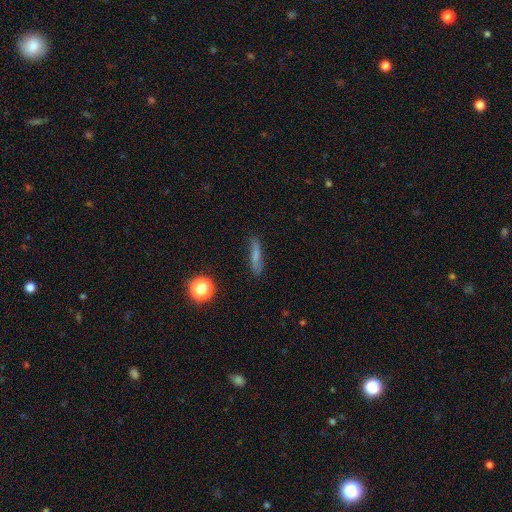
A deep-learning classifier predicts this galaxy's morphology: Smooth or featured? Predicted: smooth (p=0.67). How rounded? Predicted: cigar-shaped (p=0.77). Merging? Predicted: none (p=0.77).